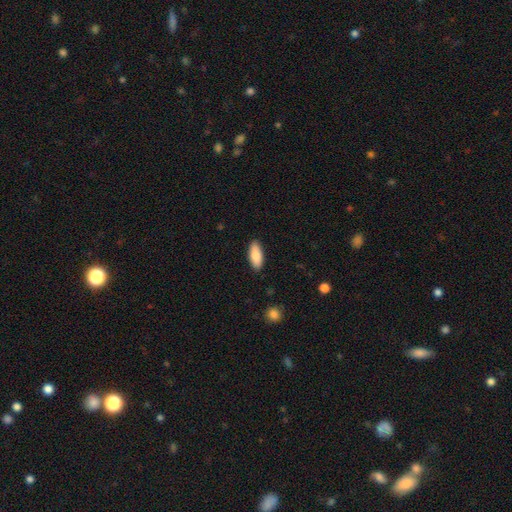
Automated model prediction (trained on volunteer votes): Q: Smooth or featured?
A: smooth (85%); runner-up: featured or disk (9%)
Q: How rounded?
A: in between (79%); runner-up: cigar-shaped (19%)
Q: Merging?
A: none (88%); runner-up: minor disturbance (9%)